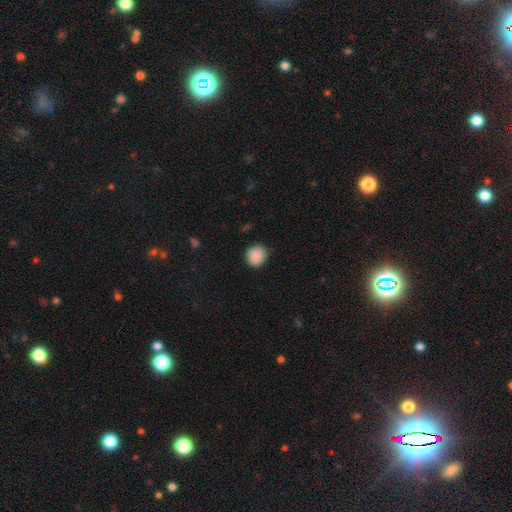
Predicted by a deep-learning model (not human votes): Overall: smooth (89%). How rounded: round (84%). Merging: none (83%).